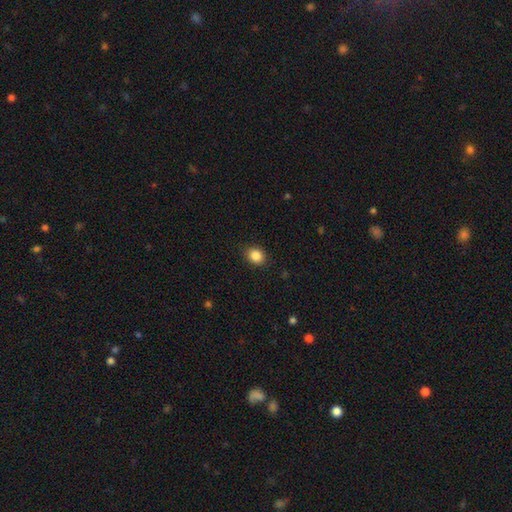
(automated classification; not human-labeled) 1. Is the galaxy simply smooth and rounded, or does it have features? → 86% smooth, 10% star or artifact, 4% featured or disk.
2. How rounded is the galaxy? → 62% round, 37% in between, 1% cigar-shaped.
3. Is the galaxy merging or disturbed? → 88% none, 9% minor disturbance, 2% major disturbance, 1% merger.